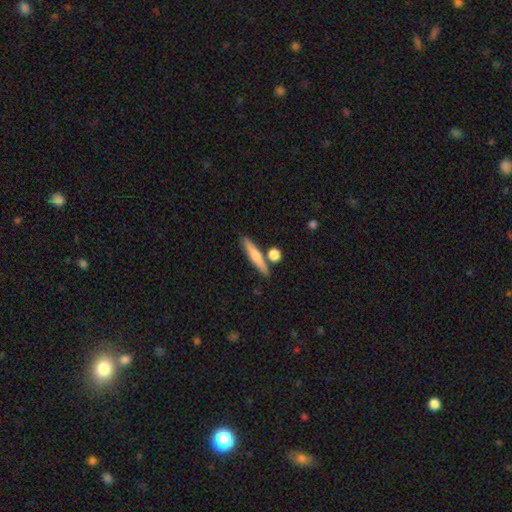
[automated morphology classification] Overall: smooth (58%; featured or disk 36%). How rounded: cigar-shaped (84%). Merging: none (77%).